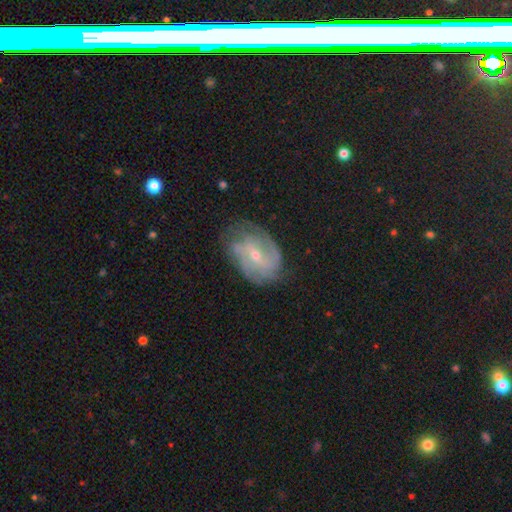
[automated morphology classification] The model was most divided on "spiral winding": medium: 42%, tight: 39%, loose: 19%. Remaining: edge-on disk — no (96%); spiral arms — yes (91%); smooth or featured — featured or disk (79%); merging — none (66%); bulge size — small (60%); bar — weak (49%); spiral arm count — 2 (35%).